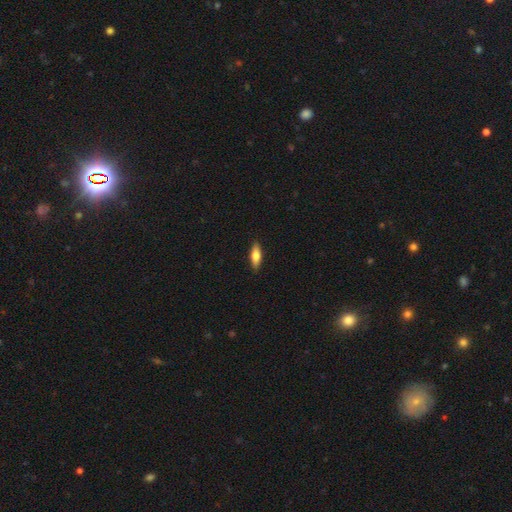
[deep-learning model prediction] smooth 72%, featured or disk 22%, star or artifact 6%. Down the decision tree: how rounded — in between (58%); merging — none (89%).